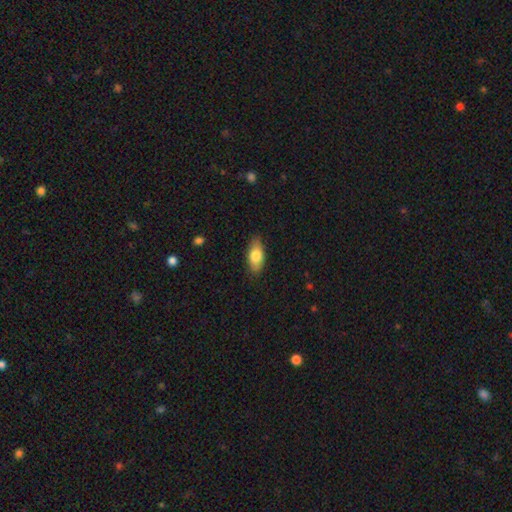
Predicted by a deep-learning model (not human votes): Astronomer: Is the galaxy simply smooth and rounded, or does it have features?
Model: smooth — 76%.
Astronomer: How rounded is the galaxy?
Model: in between — 83%.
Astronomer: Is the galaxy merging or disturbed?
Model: none — 86%.